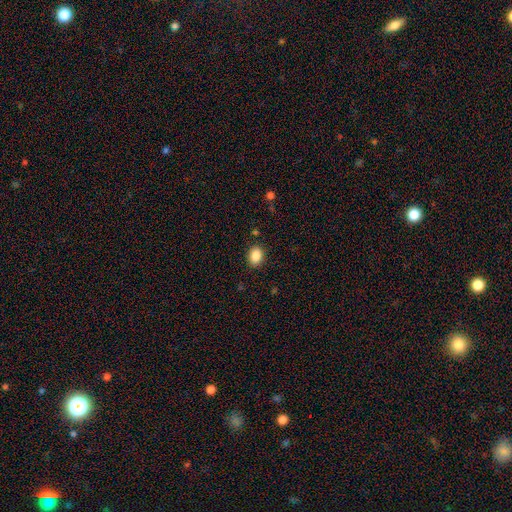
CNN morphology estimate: Q: Smooth or featured?
A: smooth (88%); runner-up: star or artifact (9%)
Q: How rounded?
A: in between (73%); runner-up: round (26%)
Q: Merging?
A: none (88%); runner-up: minor disturbance (8%)